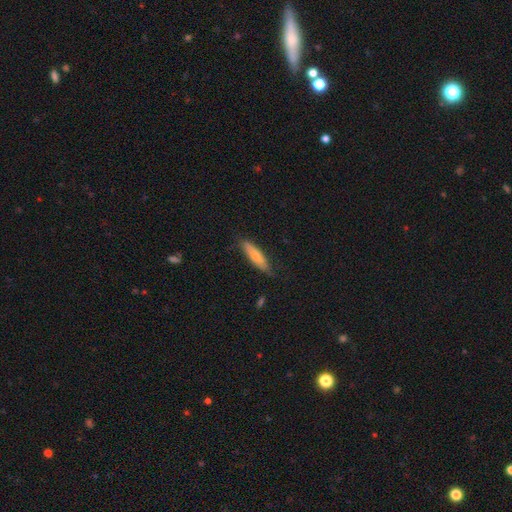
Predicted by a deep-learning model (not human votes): Overall: smooth (65%; featured or disk 29%). How rounded: cigar-shaped (61%; in between 37%). Merging: none (74%).